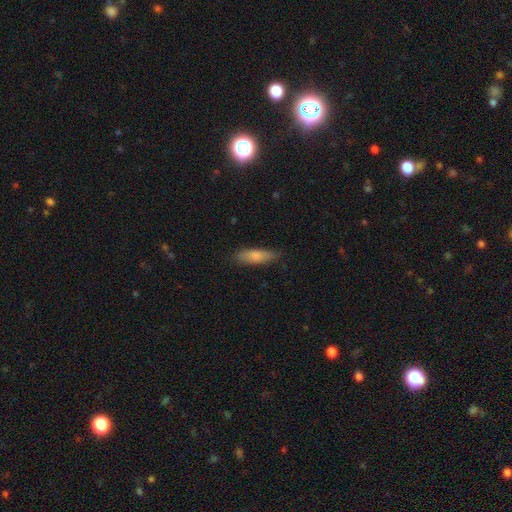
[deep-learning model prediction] smooth_or_featured: smooth (p=0.78) [alt: featured or disk p=0.16]
how_rounded: cigar-shaped (p=0.57) [alt: in between p=0.41]
merging: none (p=0.82) [alt: minor disturbance p=0.14]